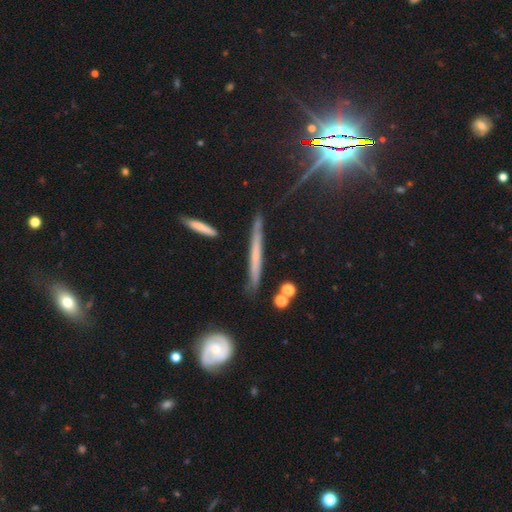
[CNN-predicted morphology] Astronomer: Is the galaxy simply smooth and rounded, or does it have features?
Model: featured or disk — 52% (runner-up: smooth, 36%).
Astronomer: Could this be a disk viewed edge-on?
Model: yes — 90%.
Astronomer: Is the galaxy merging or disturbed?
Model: none — 81%.